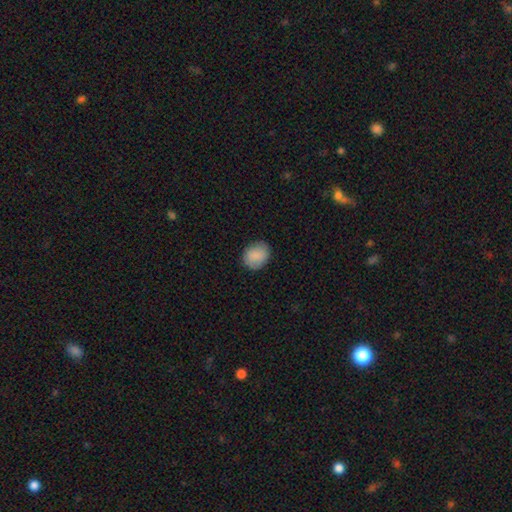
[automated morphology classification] Overall: smooth (88%). How rounded: round (57%; in between 42%). Merging: none (84%).